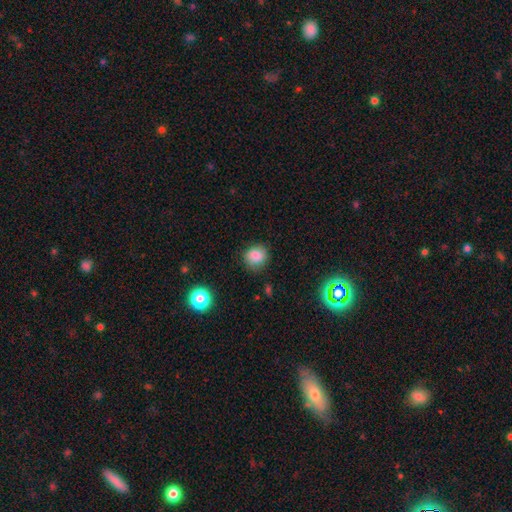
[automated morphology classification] Smooth or featured? Predicted: smooth (p=0.84). How rounded? Predicted: round (p=0.78). Merging? Predicted: none (p=0.79).